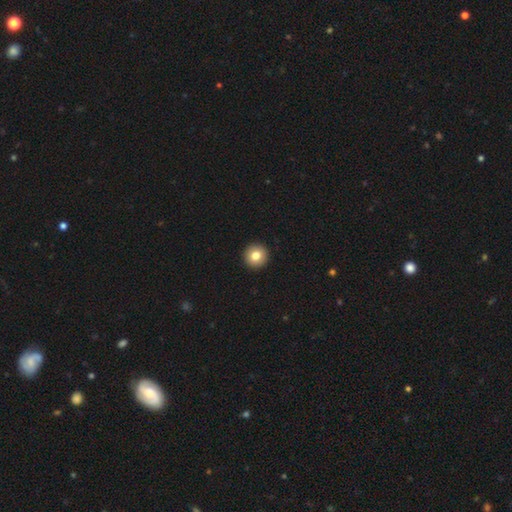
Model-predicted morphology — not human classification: A smooth galaxy with no disk features (80%) that is round (96%). Merging: none (94%).